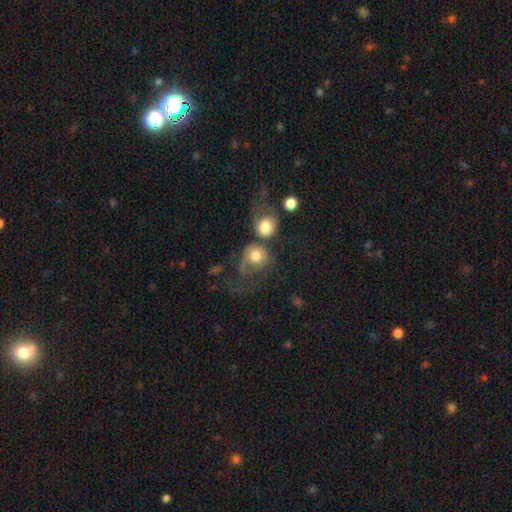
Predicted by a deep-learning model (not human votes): smooth_or_featured: smooth (p=0.67) [alt: featured or disk p=0.25]
how_rounded: round (p=0.75) [alt: in between p=0.24]
merging: merger (p=0.39) [alt: major disturbance p=0.30]